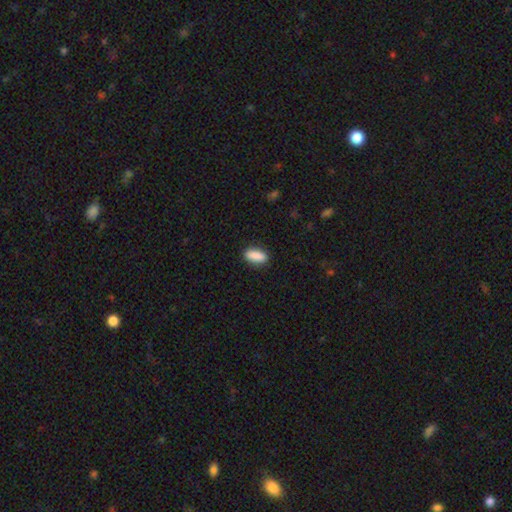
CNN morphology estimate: smooth-or-featured: smooth: 89% | star or artifact: 7% | featured or disk: 4%
  how-rounded: in between: 78% | cigar-shaped: 19% | round: 3%
  merging: none: 88% | minor disturbance: 9% | major disturbance: 2% | merger: 1%